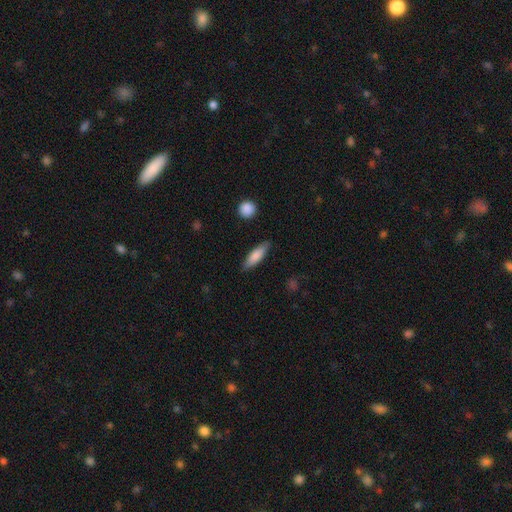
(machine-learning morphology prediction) Smooth or featured? Predicted: smooth (p=0.79). How rounded? Predicted: cigar-shaped (p=0.56). Merging? Predicted: none (p=0.84).